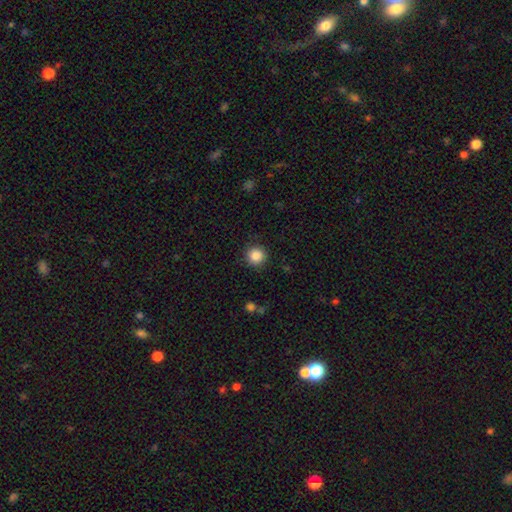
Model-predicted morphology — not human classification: This is clearly a smooth galaxy (86%). How rounded: clearly round (95%). Merging: clearly none (89%).